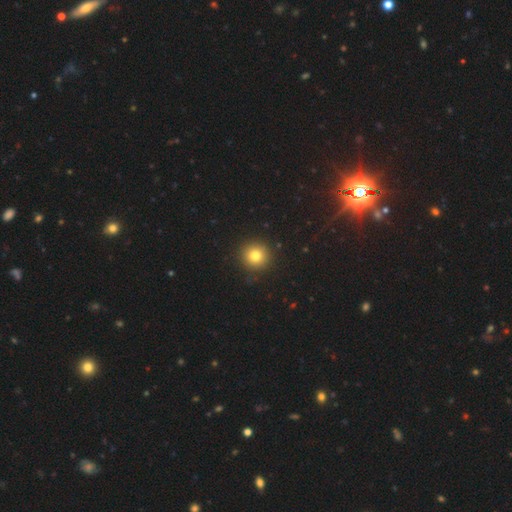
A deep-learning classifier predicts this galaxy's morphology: This appears to be a smooth galaxy with no disk features (80%) that is round (94%). Merging: none (92%).